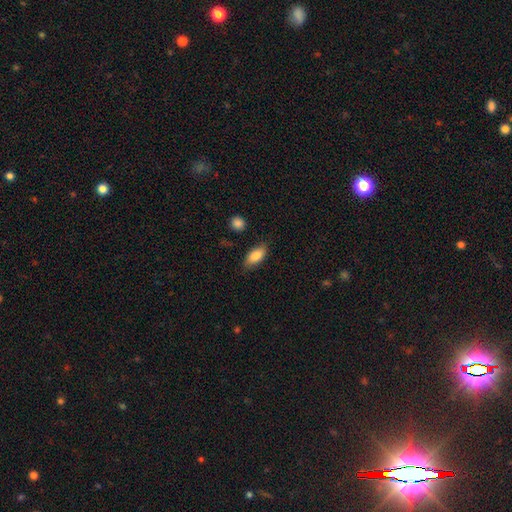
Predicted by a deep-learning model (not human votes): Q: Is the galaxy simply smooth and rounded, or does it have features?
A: smooth — 81%.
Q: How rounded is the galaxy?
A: in between — 88%.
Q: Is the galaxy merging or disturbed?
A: none — 79%.